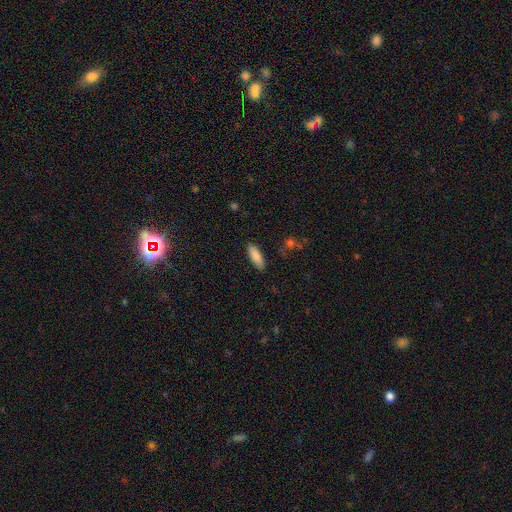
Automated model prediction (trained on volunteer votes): smooth-or-featured: smooth: 87% | star or artifact: 7% | featured or disk: 7%
  how-rounded: in between: 63% | cigar-shaped: 35% | round: 2%
  merging: none: 87% | minor disturbance: 9% | major disturbance: 2% | merger: 1%